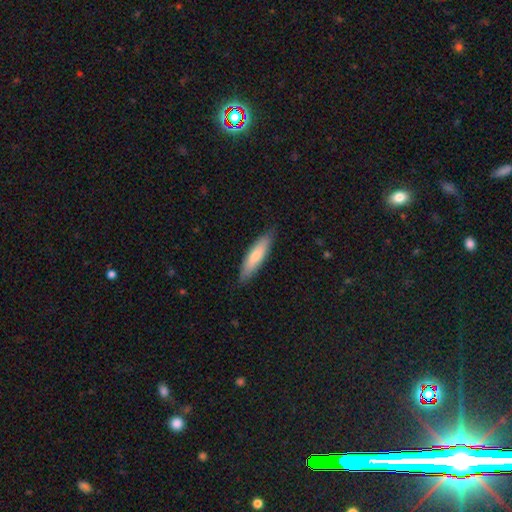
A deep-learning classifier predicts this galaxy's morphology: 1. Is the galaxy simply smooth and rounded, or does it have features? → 70% smooth, 24% featured or disk, 5% star or artifact.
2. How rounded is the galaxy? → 66% cigar-shaped, 32% in between, 2% round.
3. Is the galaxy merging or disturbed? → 84% none, 13% minor disturbance, 2% major disturbance, 1% merger.